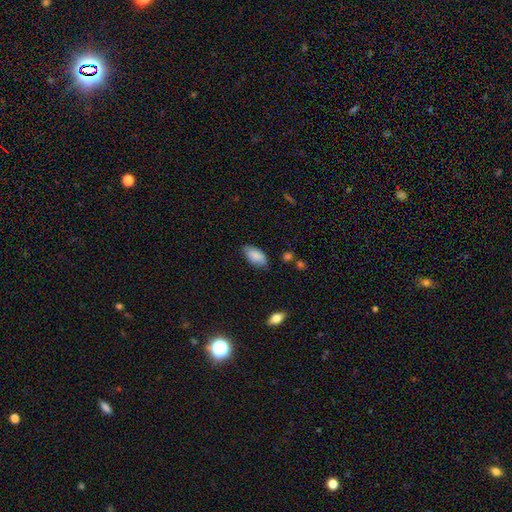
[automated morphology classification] smooth_or_featured: smooth (p=0.85) [alt: featured or disk p=0.08]
how_rounded: in between (p=0.93) [alt: cigar-shaped p=0.04]
merging: none (p=0.77) [alt: minor disturbance p=0.19]